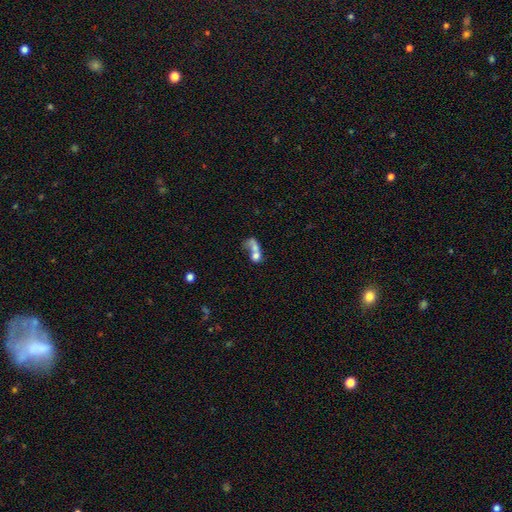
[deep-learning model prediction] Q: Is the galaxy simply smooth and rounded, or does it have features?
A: smooth — 57%.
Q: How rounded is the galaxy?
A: in between — 55%.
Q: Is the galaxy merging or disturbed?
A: merger — 64%.